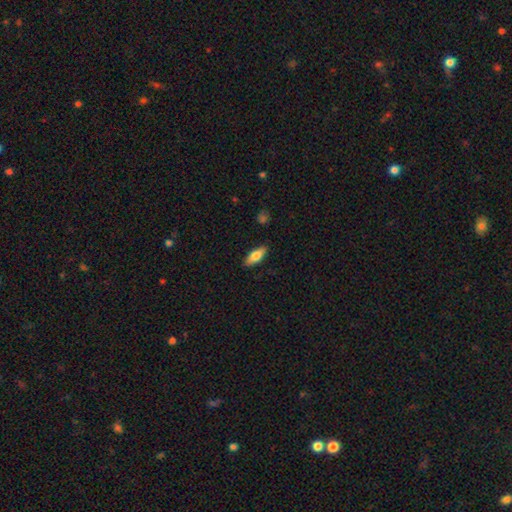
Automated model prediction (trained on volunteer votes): smooth-or-featured: smooth: 70% | featured or disk: 24% | star or artifact: 6%
  how-rounded: in between: 68% | cigar-shaped: 29% | round: 2%
  merging: none: 88% | minor disturbance: 9% | major disturbance: 2% | merger: 1%